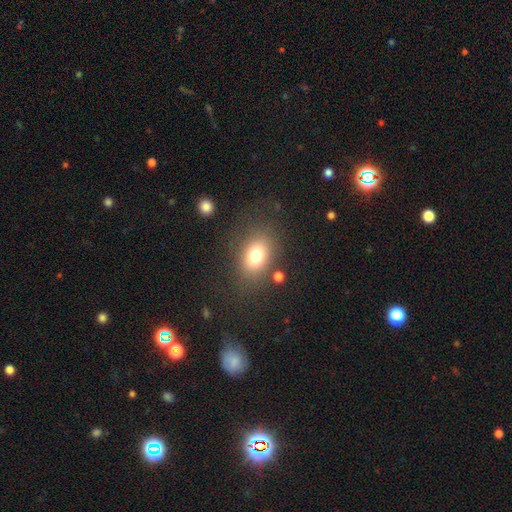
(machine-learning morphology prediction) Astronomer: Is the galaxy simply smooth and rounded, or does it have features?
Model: smooth — 77%.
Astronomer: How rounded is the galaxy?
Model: in between — 69%.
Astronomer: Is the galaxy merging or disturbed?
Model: none — 76%.